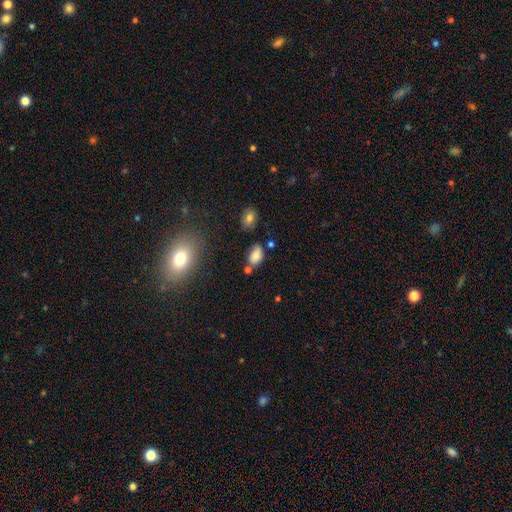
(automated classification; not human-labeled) Morphology: type=smooth (80%); roundness=in between (87%); merging=none (66%).